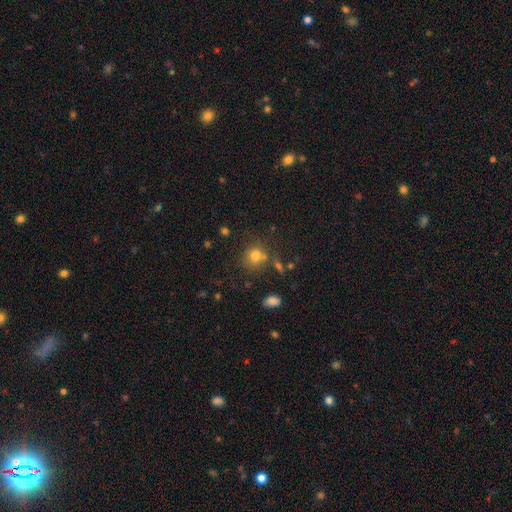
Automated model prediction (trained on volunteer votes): Smooth or featured: smooth — 75% (star or artifact — 15%)
How rounded: round — 80% (in between — 19%)
Merging: none — 66% (minor disturbance — 14%)